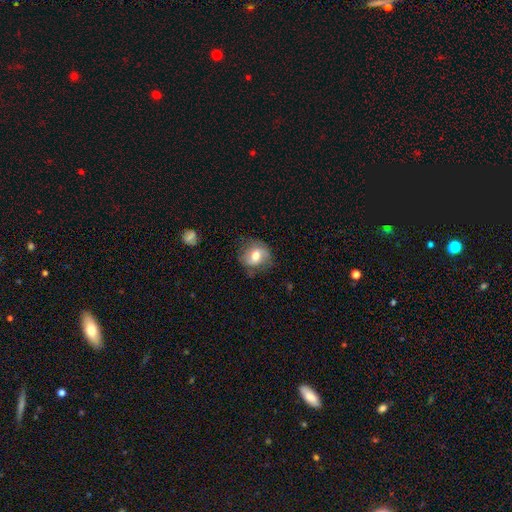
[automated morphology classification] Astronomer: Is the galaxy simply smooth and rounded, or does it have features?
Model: smooth — 60%.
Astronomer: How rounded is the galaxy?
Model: round — 66%.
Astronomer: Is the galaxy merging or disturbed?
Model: none — 65%.